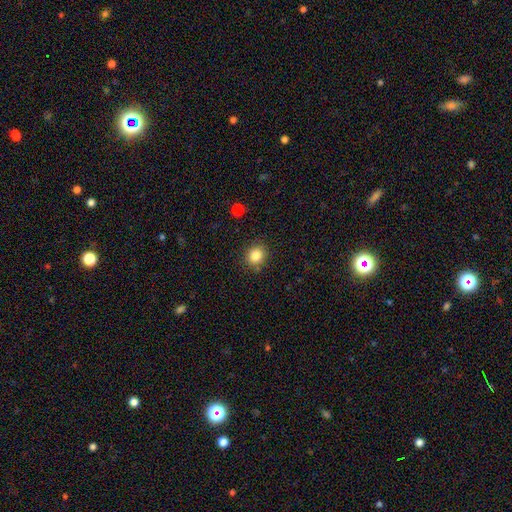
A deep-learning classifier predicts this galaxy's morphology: A smooth galaxy with no disk features (84%) that is round (81%). Merging: none (85%).